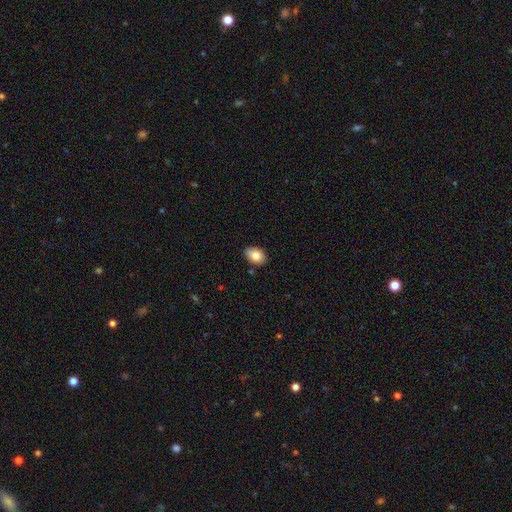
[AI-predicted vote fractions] The model was most divided on "how rounded": in between: 81%, round: 18%, cigar-shaped: 1%. More confident: merging — none (82%); smooth or featured — smooth (81%).